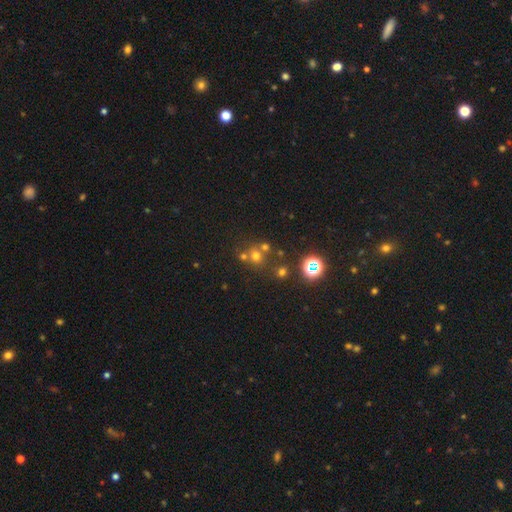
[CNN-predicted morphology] Smooth or featured? smooth (56%)
How rounded? round (85%)
Merging? none (58%)